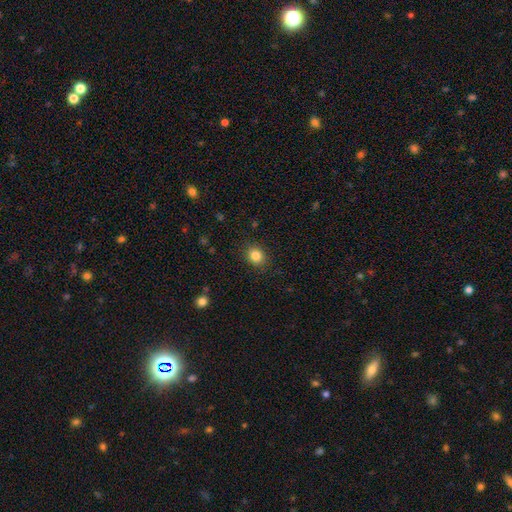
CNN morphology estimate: This appears to be a smooth galaxy with no disk features (84%) that is round (66%). Merging: none (88%).